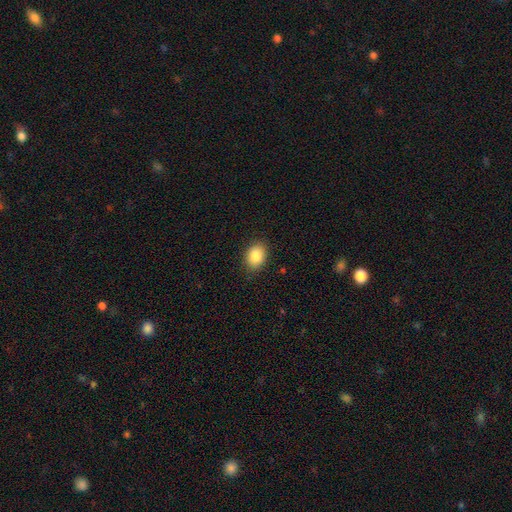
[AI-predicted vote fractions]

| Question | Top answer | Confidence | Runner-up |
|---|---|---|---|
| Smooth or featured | smooth | 86% | star or artifact (8%) |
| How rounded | in between | 73% | round (26%) |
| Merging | none | 87% | minor disturbance (10%) |